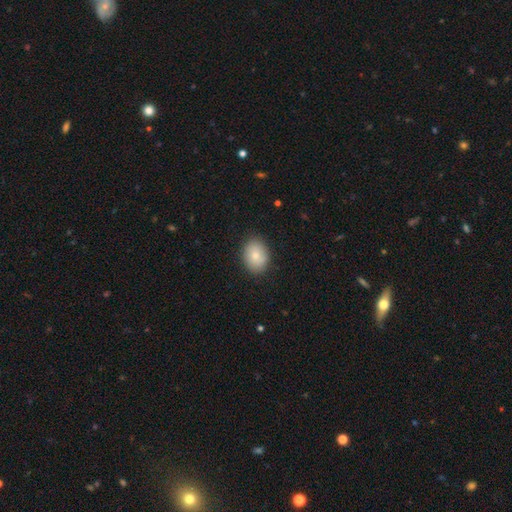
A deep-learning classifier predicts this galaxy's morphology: Smooth or featured? Predicted: smooth (p=0.80). How rounded? Predicted: in between (p=0.59). Merging? Predicted: none (p=0.86).